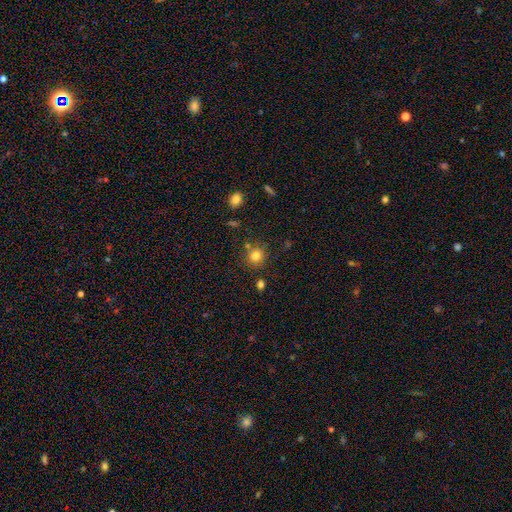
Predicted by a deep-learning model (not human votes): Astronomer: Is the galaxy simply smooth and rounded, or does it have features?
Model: smooth — 81%.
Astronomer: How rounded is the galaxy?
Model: round — 89%.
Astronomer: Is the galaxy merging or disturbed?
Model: none — 78%.